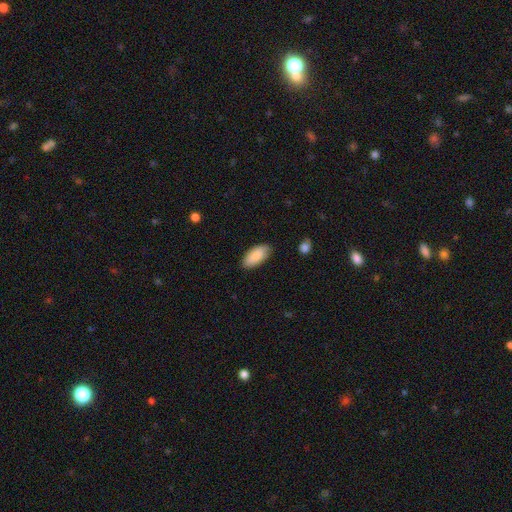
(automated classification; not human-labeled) smooth_or_featured: smooth (p=0.89) [alt: star or artifact p=0.06]
how_rounded: in between (p=0.93) [alt: cigar-shaped p=0.05]
merging: none (p=0.85) [alt: minor disturbance p=0.12]